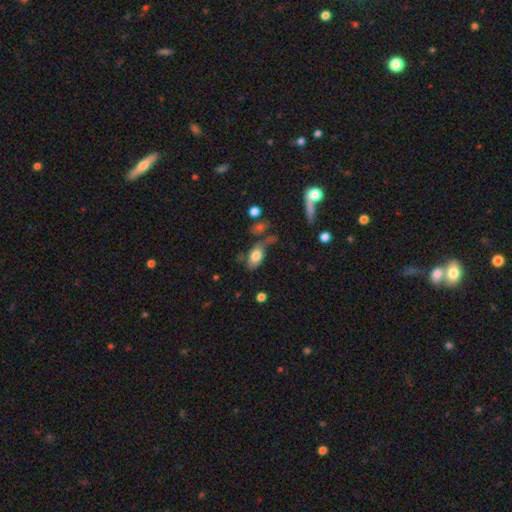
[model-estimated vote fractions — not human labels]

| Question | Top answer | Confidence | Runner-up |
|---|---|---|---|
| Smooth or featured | smooth | 75% | featured or disk (16%) |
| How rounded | in between | 90% | round (6%) |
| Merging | none | 47% | minor disturbance (23%) |